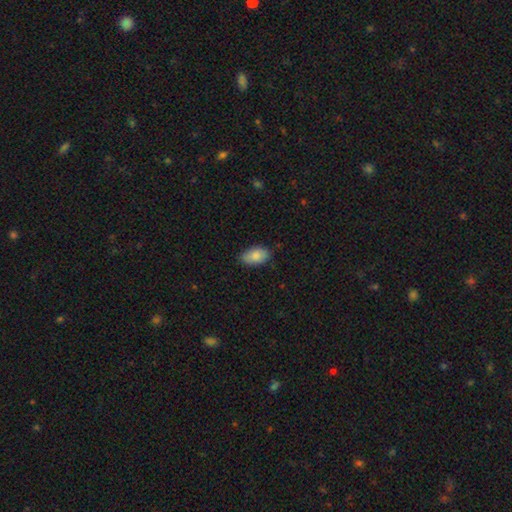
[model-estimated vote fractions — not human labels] Smooth or featured? Predicted: smooth (p=0.86). How rounded? Predicted: in between (p=0.93). Merging? Predicted: none (p=0.84).